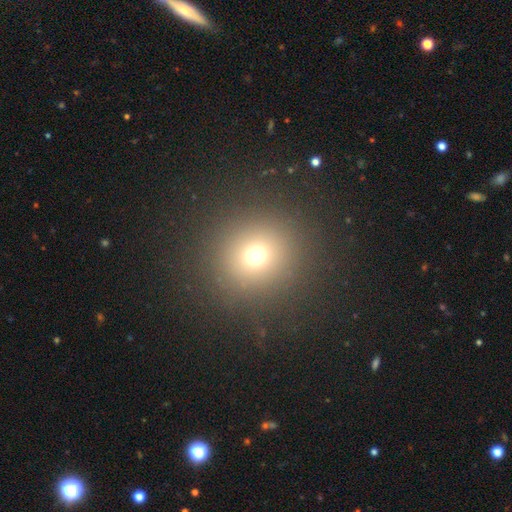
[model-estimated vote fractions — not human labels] Smooth or featured? smooth (70%)
How rounded? round (91%)
Merging? none (88%)